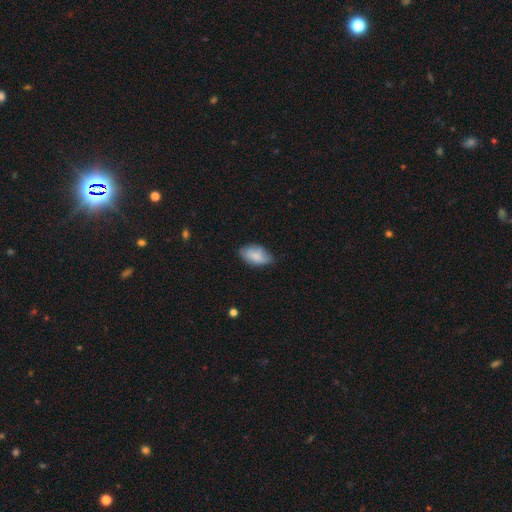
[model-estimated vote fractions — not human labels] Q: Smooth or featured?
A: smooth (82%); runner-up: featured or disk (11%)
Q: How rounded?
A: in between (93%); runner-up: round (4%)
Q: Merging?
A: none (65%); runner-up: minor disturbance (29%)